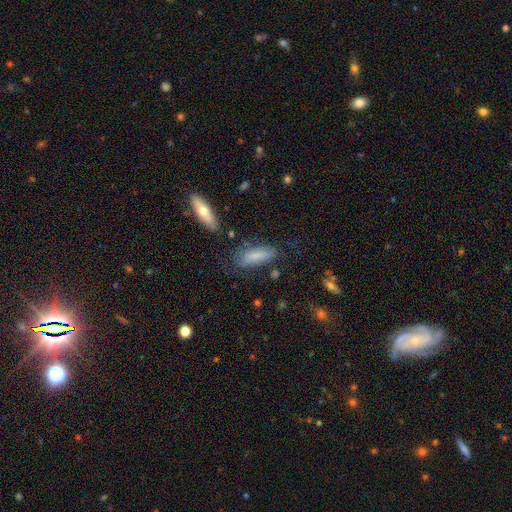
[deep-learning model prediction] smooth-or-featured: smooth: 71% | featured or disk: 21% | star or artifact: 9%
  how-rounded: in between: 57% | cigar-shaped: 41% | round: 2%
  merging: none: 61% | minor disturbance: 25% | major disturbance: 10% | merger: 5%